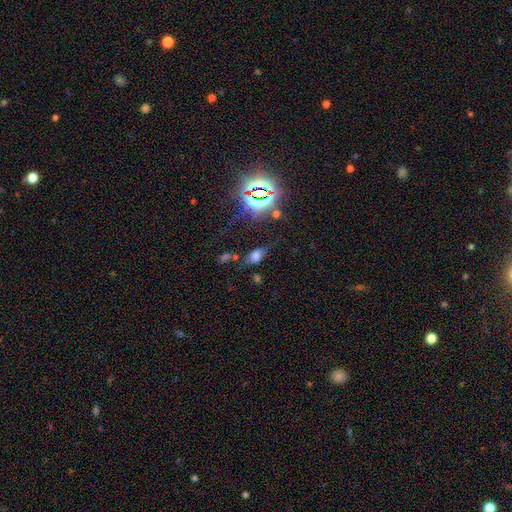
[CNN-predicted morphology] The model was most divided on "smooth or featured": smooth: 48%, star or artifact: 31%, featured or disk: 21%. Remaining: merging — none (49%).